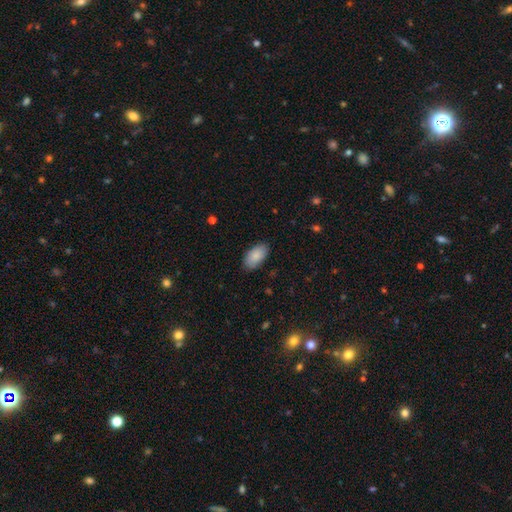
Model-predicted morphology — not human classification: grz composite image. It shows a smooth galaxy with no disk features (87%) that is in between round and cigar-shaped (95%). Merging: none (85%).